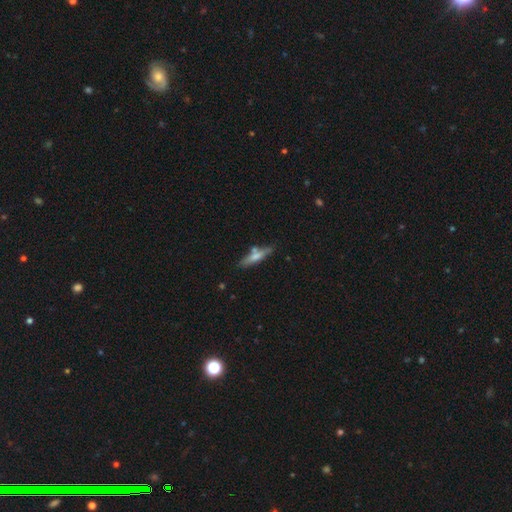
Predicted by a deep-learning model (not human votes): Overall: smooth (56%; featured or disk 38%). How rounded: cigar-shaped (80%). Merging: none (71%).